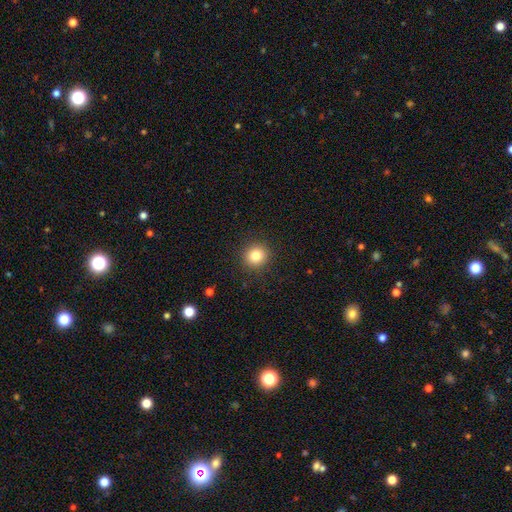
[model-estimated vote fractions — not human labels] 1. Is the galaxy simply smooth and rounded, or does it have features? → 82% smooth, 11% star or artifact, 7% featured or disk.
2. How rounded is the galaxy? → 89% round, 10% in between, 1% cigar-shaped.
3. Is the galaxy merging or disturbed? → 91% none, 6% minor disturbance, 2% major disturbance, 1% merger.